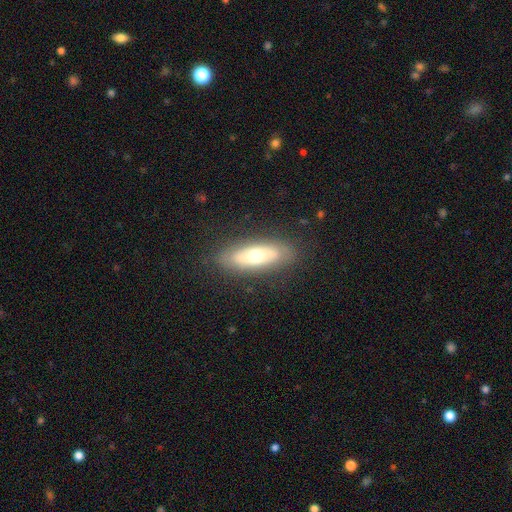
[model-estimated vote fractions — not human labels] smooth-or-featured: smooth: 49% | featured or disk: 44% | star or artifact: 6%
  merging: none: 83% | minor disturbance: 11% | major disturbance: 4% | merger: 1%